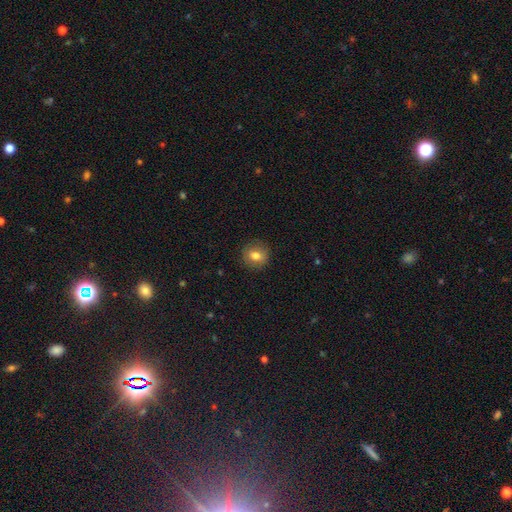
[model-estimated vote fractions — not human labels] Q: Smooth or featured?
A: smooth (76%); runner-up: featured or disk (14%)
Q: How rounded?
A: round (83%); runner-up: in between (16%)
Q: Merging?
A: none (89%); runner-up: minor disturbance (8%)